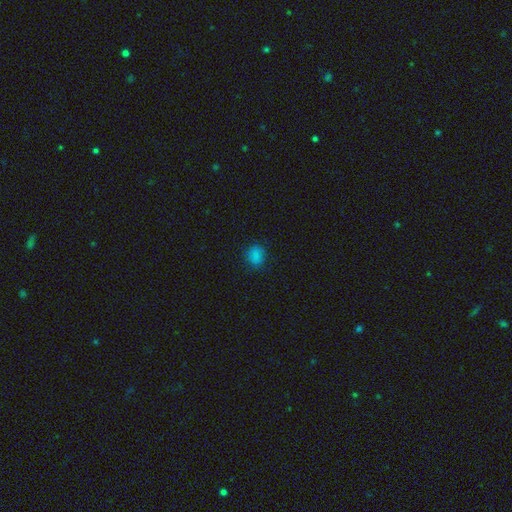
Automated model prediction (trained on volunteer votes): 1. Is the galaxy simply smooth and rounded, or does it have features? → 81% smooth, 15% star or artifact, 4% featured or disk.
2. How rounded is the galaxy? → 55% round, 44% in between, 1% cigar-shaped.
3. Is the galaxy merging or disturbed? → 83% none, 13% minor disturbance, 3% major disturbance, 1% merger.